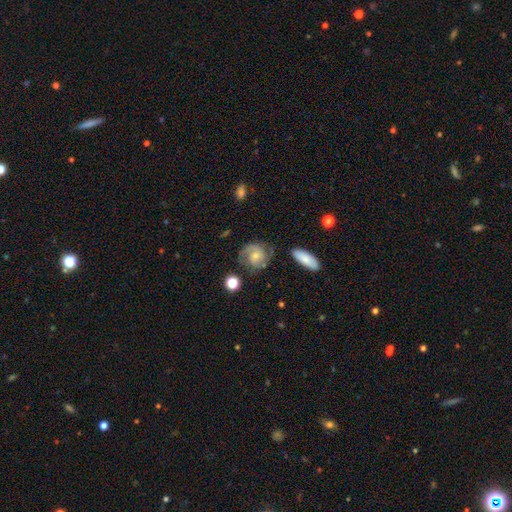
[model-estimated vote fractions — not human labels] A featured or disk galaxy (78%) with no bar (68%), 2 (84%) medium (45%) spiral arms (96%) and a small central bulge (58%).

Vote fractions:
- Smooth or featured? featured or disk: 78% / smooth: 15% / star or artifact: 7%
- Edge-on disk? no: 97% / yes: 3%
- Bar? no: 68% / weak: 26% / strong: 5%
- Spiral arms? yes: 96% / no: 4%
- Spiral winding? medium: 45% / tight: 42% / loose: 13%
- Spiral arm count? 2: 84% / can't tell: 7% / 3: 4% / 1: 3% / 4: 1% / more than 4: 1%
- Bulge size? small: 58% / moderate: 33% / none: 5% / large: 2% / dominant: 1%
- Merging? none: 72% / minor disturbance: 17% / major disturbance: 7% / merger: 4%